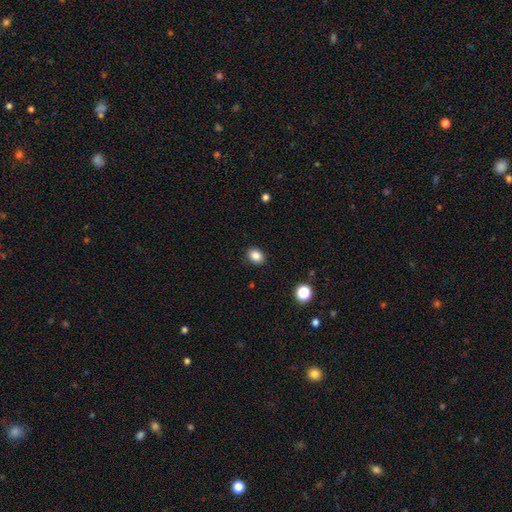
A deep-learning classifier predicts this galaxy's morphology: A smooth galaxy with no disk features (86%) that is in between round and cigar-shaped (64%). Merging: none (88%).